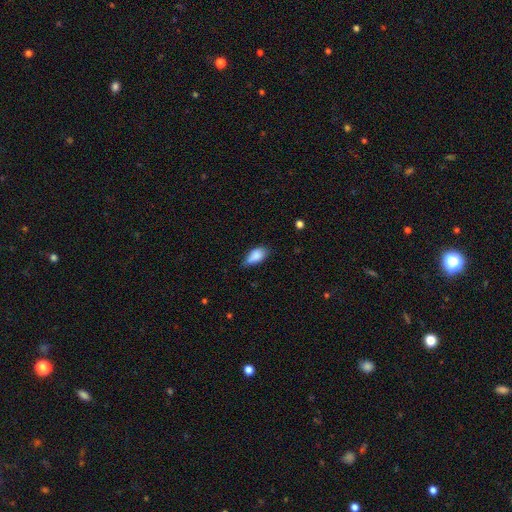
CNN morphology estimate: A smooth galaxy with no disk features (85%) that is in between round and cigar-shaped (90%). Merging: none (55%).